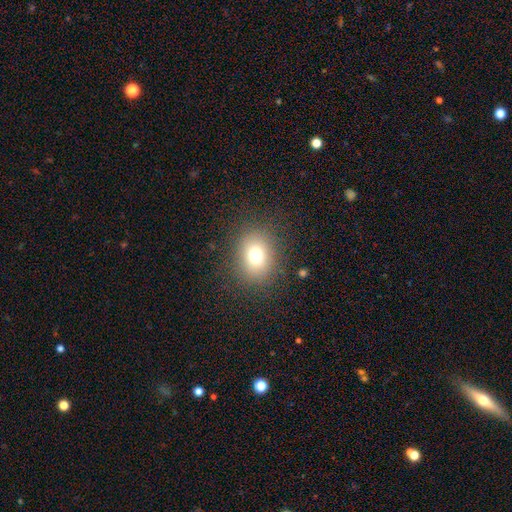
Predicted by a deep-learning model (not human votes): Smooth or featured? Predicted: smooth (p=0.74). How rounded? Predicted: round (p=0.56). Merging? Predicted: none (p=0.85).